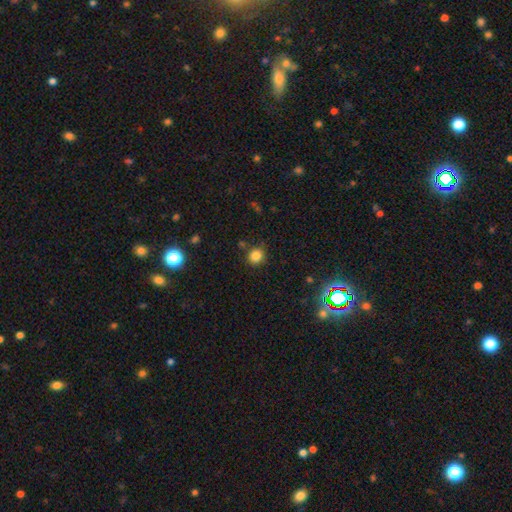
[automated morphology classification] The model was most divided on "smooth or featured": smooth: 83%, star or artifact: 13%, featured or disk: 4%. More confident: how rounded — round (85%); merging — none (84%).